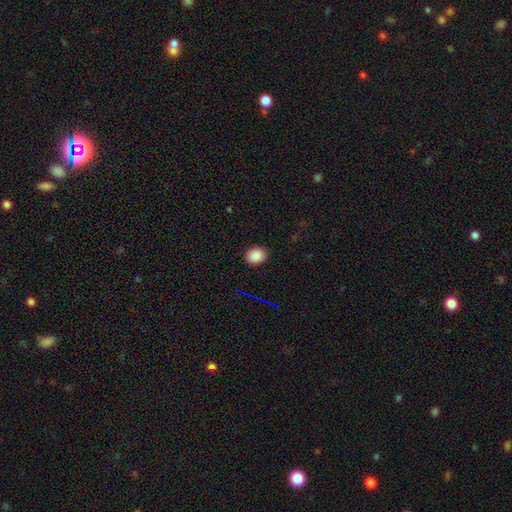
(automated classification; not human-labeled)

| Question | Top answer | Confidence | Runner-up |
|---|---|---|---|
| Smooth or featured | smooth | 86% | star or artifact (10%) |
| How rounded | round | 53% | in between (46%) |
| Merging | none | 88% | minor disturbance (9%) |